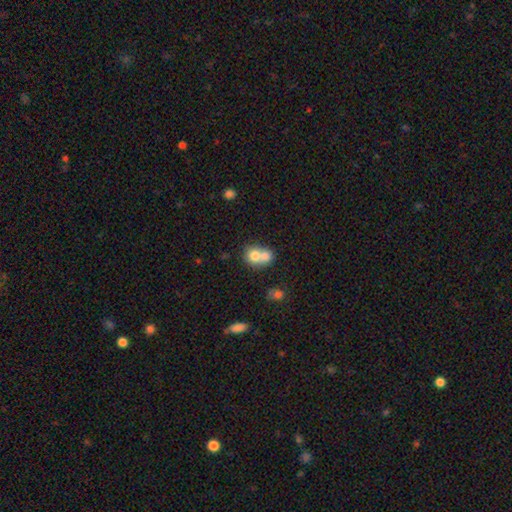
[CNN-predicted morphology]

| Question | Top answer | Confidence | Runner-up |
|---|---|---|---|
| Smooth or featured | smooth | 73% | featured or disk (18%) |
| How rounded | round | 68% | in between (32%) |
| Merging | merger | 68% | none (23%) |